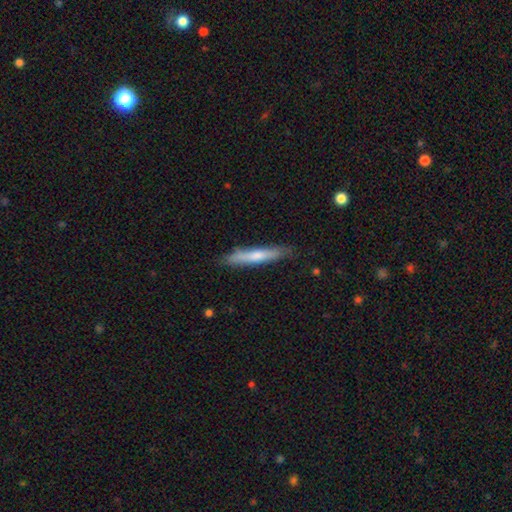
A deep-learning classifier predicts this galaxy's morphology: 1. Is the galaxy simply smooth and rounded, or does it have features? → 64% smooth, 31% featured or disk, 5% star or artifact.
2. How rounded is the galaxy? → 92% cigar-shaped, 6% in between, 1% round.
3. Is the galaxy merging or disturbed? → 82% none, 14% minor disturbance, 2% major disturbance, 2% merger.